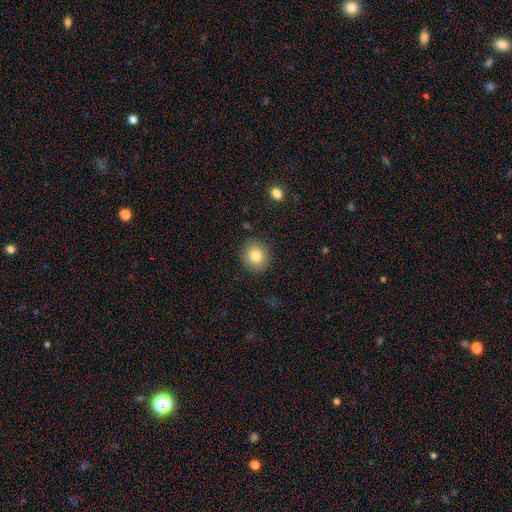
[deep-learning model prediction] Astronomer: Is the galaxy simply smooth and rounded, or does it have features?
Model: smooth — 82%.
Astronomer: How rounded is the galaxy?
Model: round — 85%.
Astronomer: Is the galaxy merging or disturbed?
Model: none — 89%.